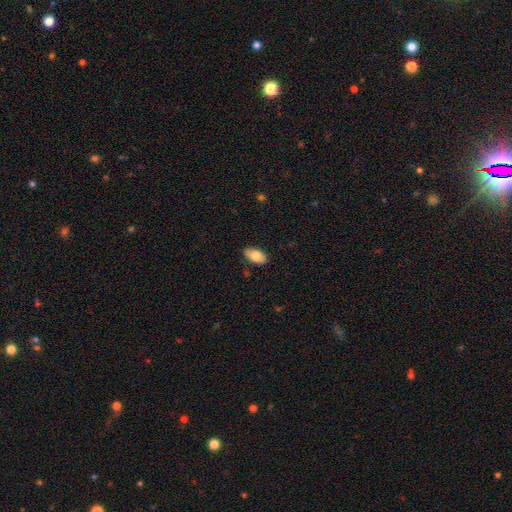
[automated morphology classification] The model was most divided on "smooth or featured": smooth: 78%, featured or disk: 15%, star or artifact: 6%. More confident: how rounded — in between (94%); merging — none (86%).